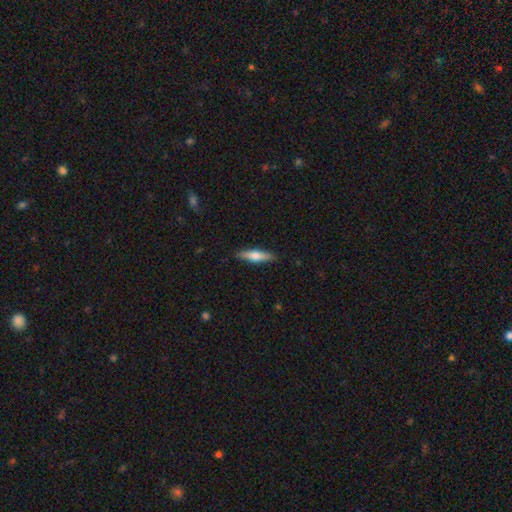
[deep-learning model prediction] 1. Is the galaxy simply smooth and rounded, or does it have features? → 59% smooth, 36% featured or disk, 6% star or artifact.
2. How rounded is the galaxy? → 72% cigar-shaped, 26% in between, 2% round.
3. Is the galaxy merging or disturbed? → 88% none, 9% minor disturbance, 2% major disturbance, 1% merger.